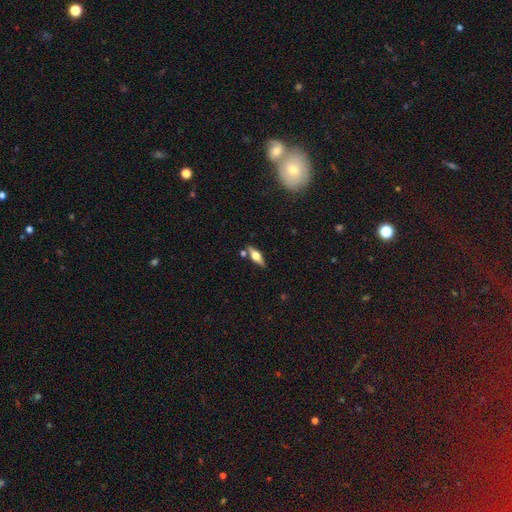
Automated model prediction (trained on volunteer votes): Smooth or featured?
  - featured or disk: 61% *
  - smooth: 32%
  - star or artifact: 7%
Edge-on disk?
  - yes: 95% *
  - no: 5%
Edge-on bulge?
  - rounded: 93% *
  - boxy: 5%
  - none: 2%
Merging?
  - none: 79% *
  - minor disturbance: 11%
  - merger: 7%
  - major disturbance: 3%